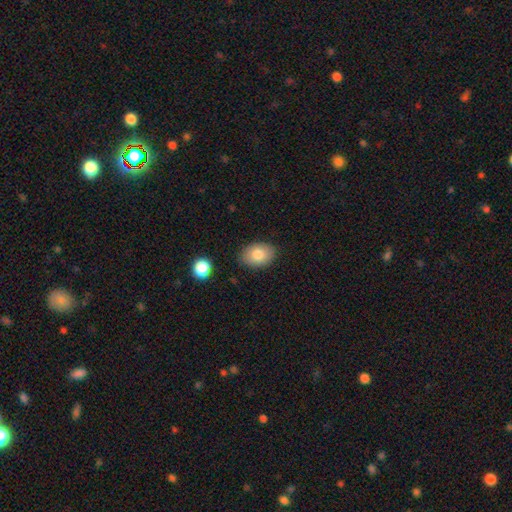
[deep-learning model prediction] Overall: smooth (81%). How rounded: in between (80%). Merging: none (87%).